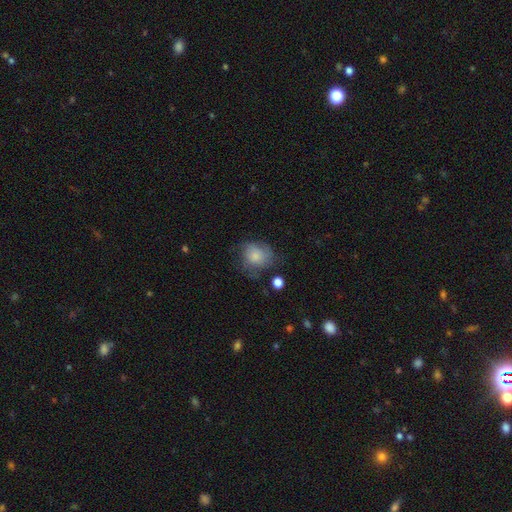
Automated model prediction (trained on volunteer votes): The model was most divided on "merging": none: 49%, minor disturbance: 30%, major disturbance: 18%, merger: 3%. More confident: smooth or featured — smooth (72%); how rounded — round (65%).